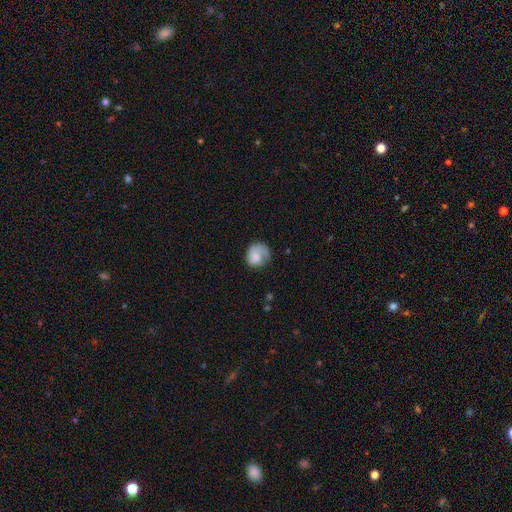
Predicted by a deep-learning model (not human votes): smooth-or-featured: smooth: 61% | featured or disk: 32% | star or artifact: 7%
  how-rounded: round: 73% | in between: 26% | cigar-shaped: 1%
  merging: none: 51% | minor disturbance: 25% | major disturbance: 22% | merger: 2%